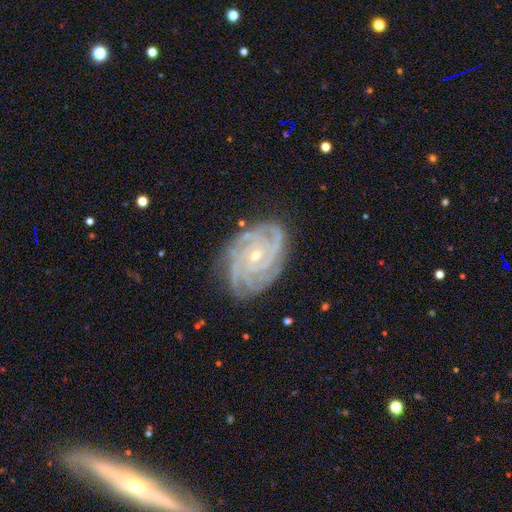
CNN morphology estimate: A featured or disk galaxy (89%) with no bar (71%), 4 (36%) tight (80%) spiral arms (98%) and a small central bulge (69%).

Vote fractions:
- Smooth or featured? featured or disk: 89% / star or artifact: 6% / smooth: 4%
- Edge-on disk? no: 97% / yes: 3%
- Bar? no: 71% / weak: 21% / strong: 7%
- Spiral arms? yes: 98% / no: 2%
- Spiral winding? tight: 80% / medium: 18% / loose: 2%
- Spiral arm count? 4: 36% / 3: 20% / more than 4: 17% / can't tell: 13% / 2: 8% / 1: 6%
- Bulge size? small: 69% / moderate: 28% / large: 1% / none: 1% / dominant: 1%
- Merging? none: 80% / minor disturbance: 15% / major disturbance: 4% / merger: 1%